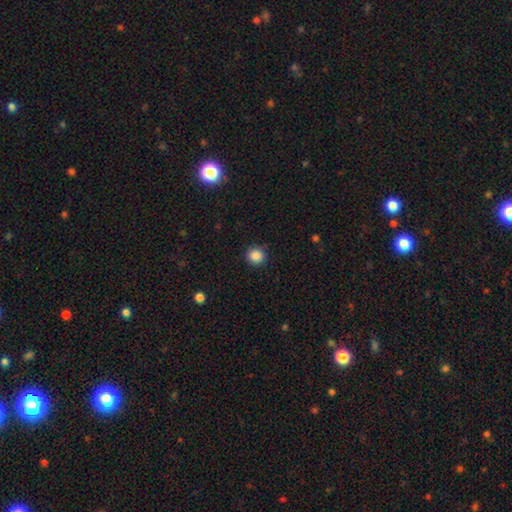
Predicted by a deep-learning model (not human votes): Q: Smooth or featured?
A: smooth (87%); runner-up: star or artifact (10%)
Q: How rounded?
A: round (91%); runner-up: in between (8%)
Q: Merging?
A: none (90%); runner-up: minor disturbance (6%)